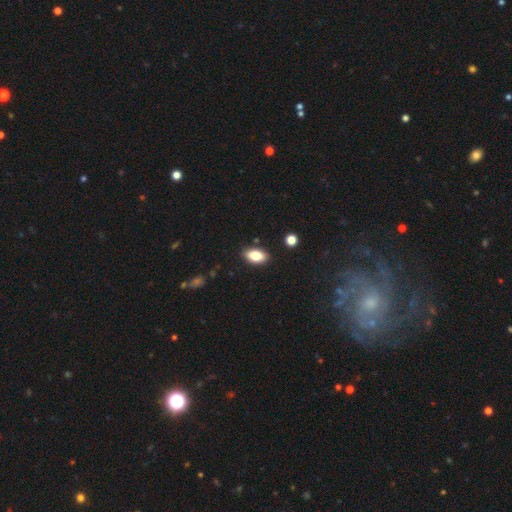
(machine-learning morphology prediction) smooth 81%, featured or disk 11%, star or artifact 8%. Down the decision tree: how rounded — in between (91%); merging — none (86%).